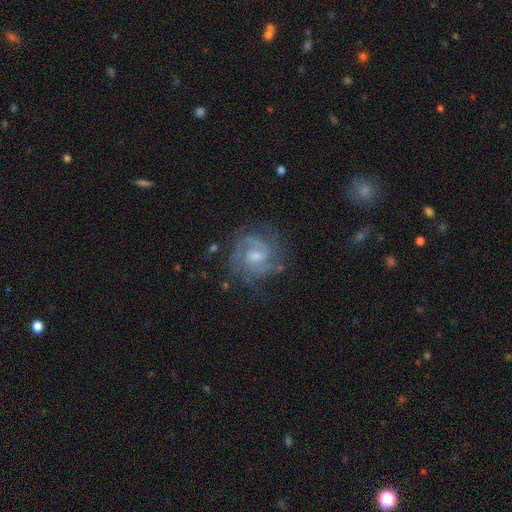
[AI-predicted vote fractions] This is clearly a featured or disk galaxy (85%). It is clearly not viewed edge-on (98%). Bar: possibly weak (55%). Spiral arm pattern: clearly yes (96%). Spiral arm count: likely 2 (63%). Spiral winding: possibly tight (48%). Central bulge: marginally moderate (43%, tied with small). Merging: likely none (72%).